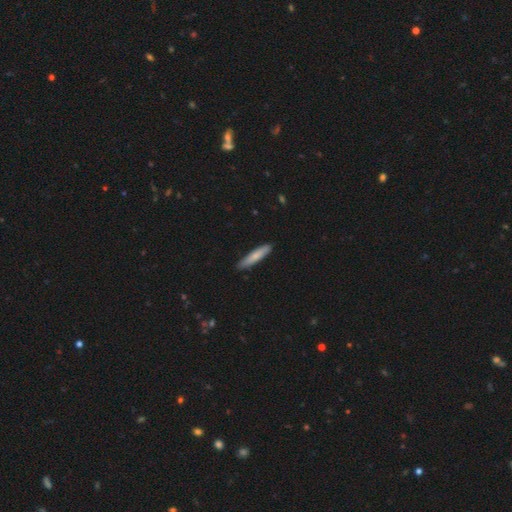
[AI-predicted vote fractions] Morphology: type=smooth (77%); roundness=cigar-shaped (87%); merging=none (87%).